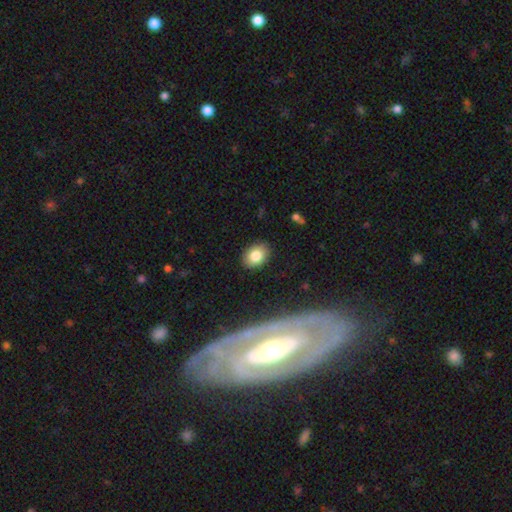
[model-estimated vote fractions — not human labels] A smooth galaxy with no disk features (81%) that is in between round and cigar-shaped (73%).

Vote fractions:
- Smooth or featured? smooth: 81% / featured or disk: 9% / star or artifact: 9%
- How rounded? in between: 73% / round: 26% / cigar-shaped: 1%
- Merging? none: 88% / minor disturbance: 9% / major disturbance: 2% / merger: 1%